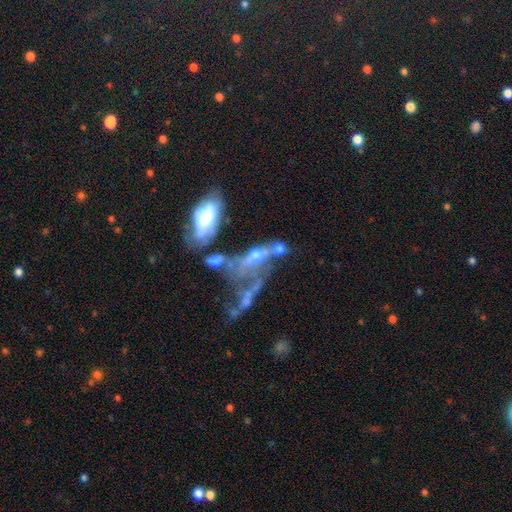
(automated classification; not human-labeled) Smooth or featured?
  - featured or disk: 51% *
  - smooth: 34%
  - star or artifact: 15%
Edge-on disk?
  - no: 85% *
  - yes: 15%
Merging?
  - merger: 48% *
  - major disturbance: 26%
  - none: 16%
  - minor disturbance: 10%